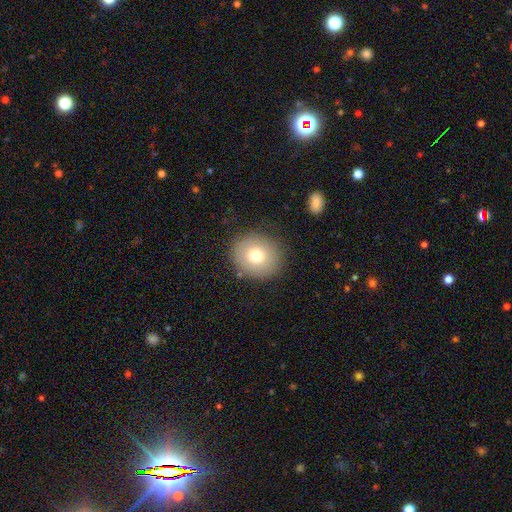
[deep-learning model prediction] Smooth or featured: smooth — 73% (featured or disk — 16%)
How rounded: round — 85% (in between — 14%)
Merging: none — 86% (minor disturbance — 9%)